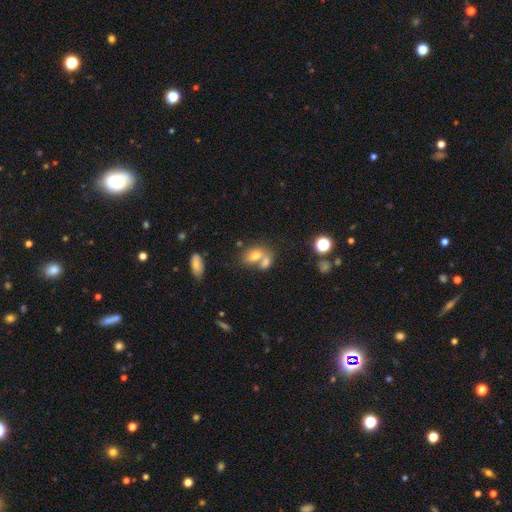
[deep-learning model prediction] A smooth galaxy with no disk features (71%) that is in between round and cigar-shaped (80%).

Vote fractions:
- Smooth or featured? smooth: 71% / featured or disk: 18% / star or artifact: 11%
- How rounded? in between: 80% / round: 17% / cigar-shaped: 3%
- Merging? merger: 54% / none: 31% / minor disturbance: 10% / major disturbance: 5%